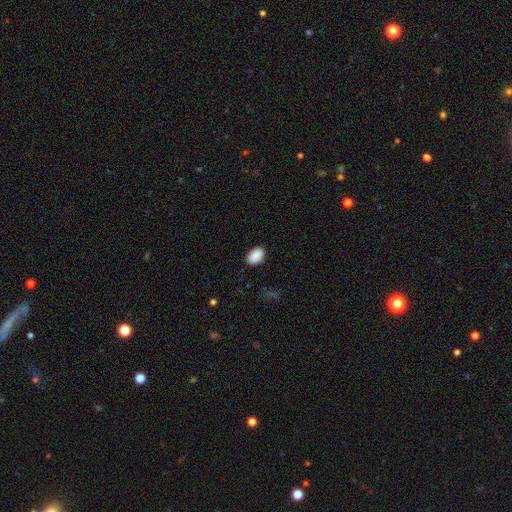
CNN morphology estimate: Overall: smooth (90%). How rounded: in between (90%). Merging: none (87%).